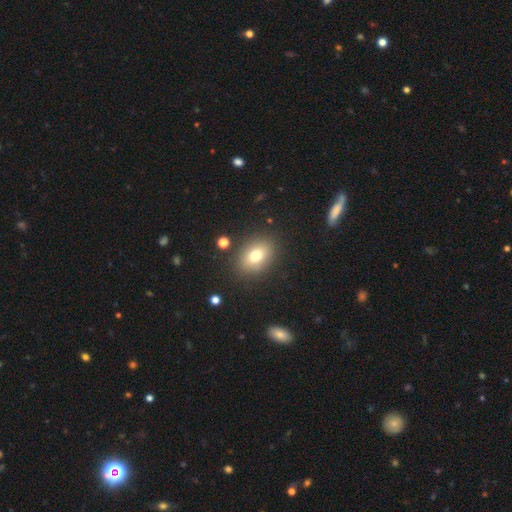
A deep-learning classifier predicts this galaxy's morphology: A smooth galaxy with no disk features (75%) that is in between round and cigar-shaped (72%).

Vote fractions:
- Smooth or featured? smooth: 75% / featured or disk: 13% / star or artifact: 12%
- How rounded? in between: 72% / round: 27% / cigar-shaped: 1%
- Merging? none: 85% / minor disturbance: 10% / major disturbance: 4% / merger: 2%